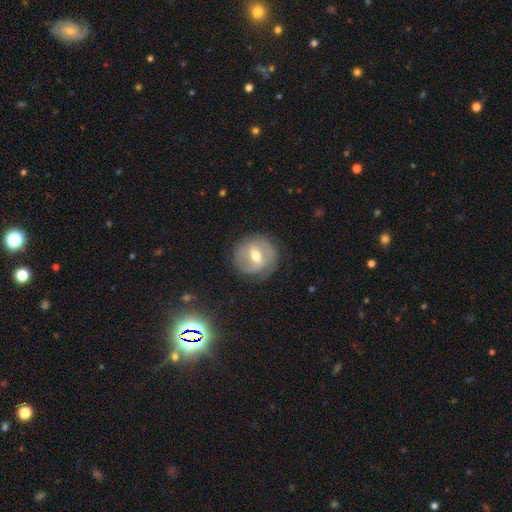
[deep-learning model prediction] Morphology: type=featured or disk (67%); edge-on=no (96%); bar=weak (50%); spiral arms=yes (75%); bulge=moderate (73%); merging=none (78%).